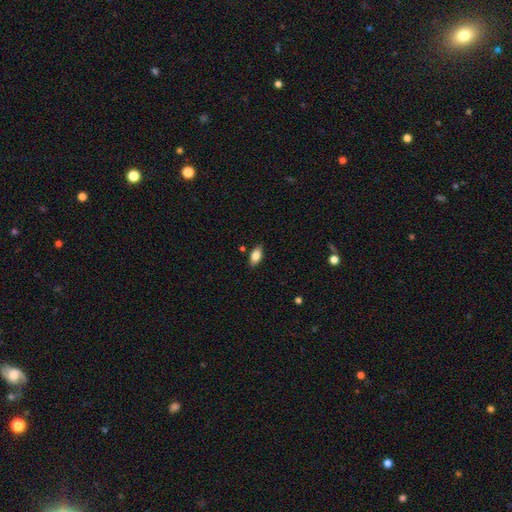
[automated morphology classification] smooth-or-featured: smooth: 82% | featured or disk: 10% | star or artifact: 7%
  how-rounded: in between: 91% | cigar-shaped: 6% | round: 4%
  merging: none: 85% | minor disturbance: 10% | merger: 2% | major disturbance: 2%